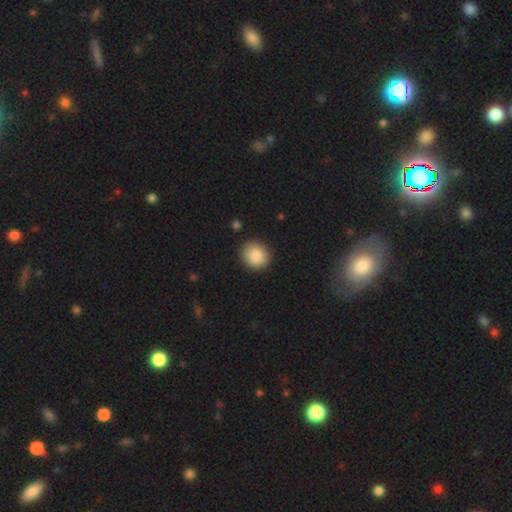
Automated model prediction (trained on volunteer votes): Q: Smooth or featured?
A: smooth (89%); runner-up: star or artifact (7%)
Q: How rounded?
A: round (89%); runner-up: in between (10%)
Q: Merging?
A: none (90%); runner-up: minor disturbance (7%)